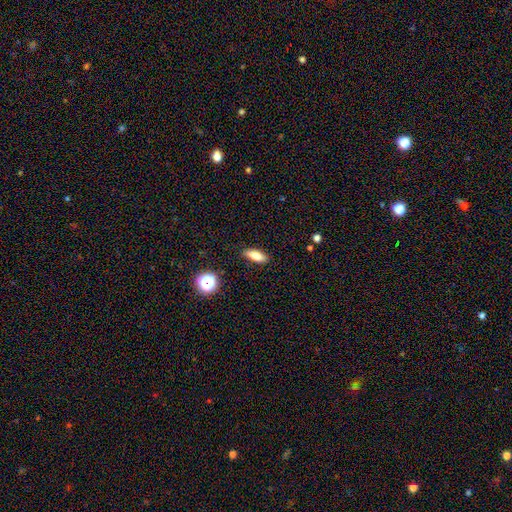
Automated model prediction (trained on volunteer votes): Q: Smooth or featured?
A: smooth (79%); runner-up: featured or disk (11%)
Q: How rounded?
A: in between (69%); runner-up: cigar-shaped (27%)
Q: Merging?
A: none (86%); runner-up: minor disturbance (10%)